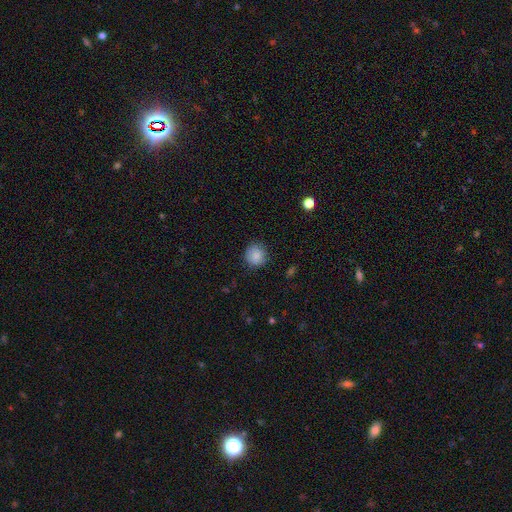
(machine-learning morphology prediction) Smooth or featured? smooth (85%)
How rounded? round (90%)
Merging? none (82%)